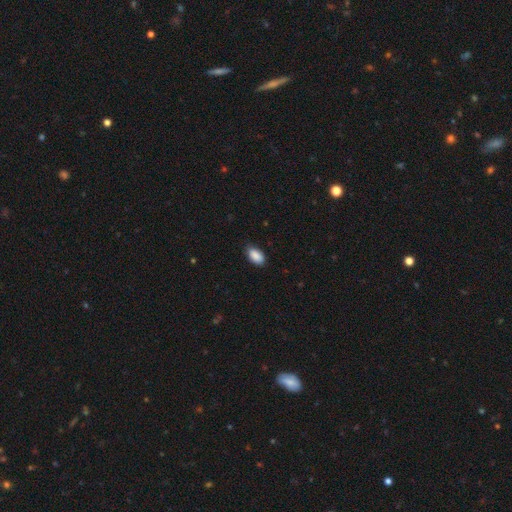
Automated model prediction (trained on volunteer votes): This appears to be a smooth galaxy with no disk features (90%) that is in between round and cigar-shaped (94%). Merging: none (80%).